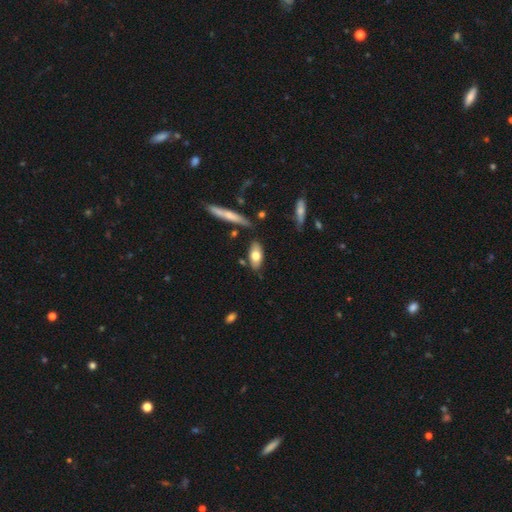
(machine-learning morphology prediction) Smooth or featured? smooth (71%)
How rounded? in between (82%)
Merging? none (79%)